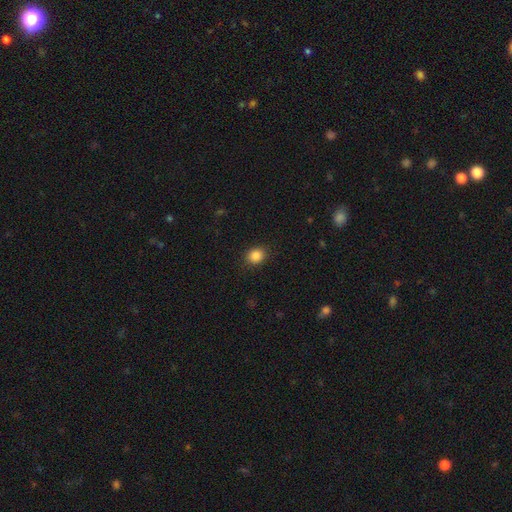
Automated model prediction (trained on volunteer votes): Overall: smooth (86%). How rounded: round (64%; in between 35%). Merging: none (88%).